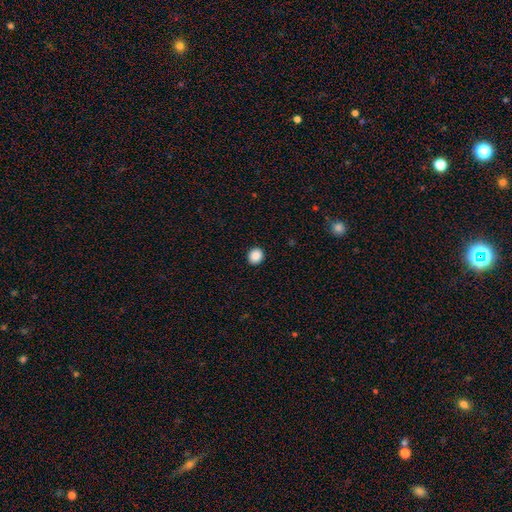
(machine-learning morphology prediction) Smooth or featured? smooth (89%)
How rounded? round (79%)
Merging? none (93%)